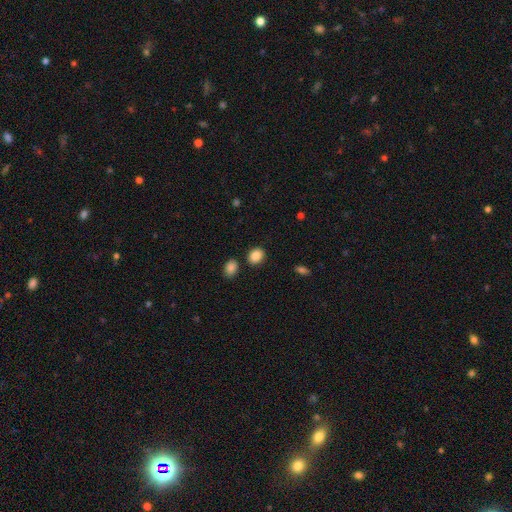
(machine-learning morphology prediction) smooth 88%, star or artifact 8%, featured or disk 4%. Down the decision tree: how rounded — round (51%); merging — none (83%).